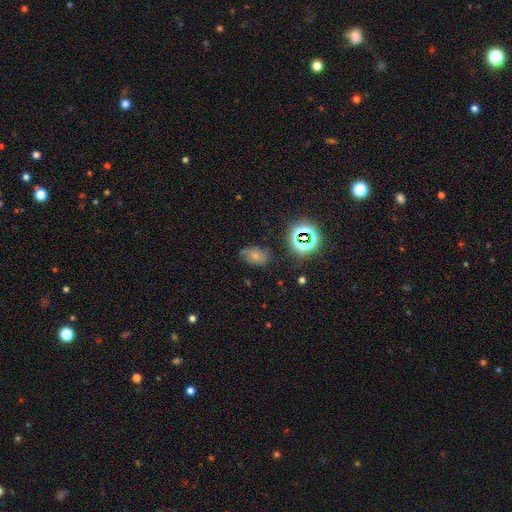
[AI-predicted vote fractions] A smooth galaxy with no disk features (52%) that is in between round and cigar-shaped (81%). Merging: none (54%).